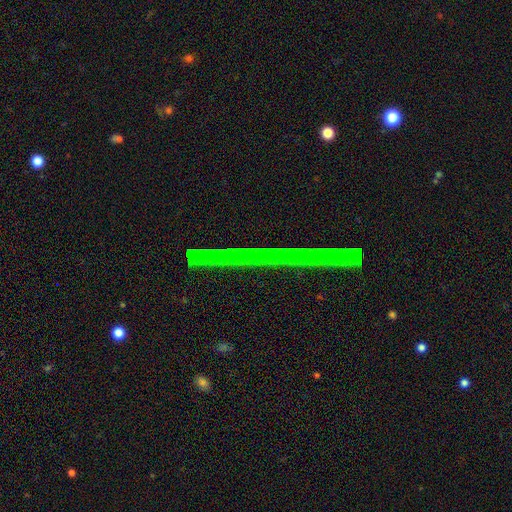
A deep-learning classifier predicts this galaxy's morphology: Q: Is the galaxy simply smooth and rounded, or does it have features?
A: star or artifact — 80%.